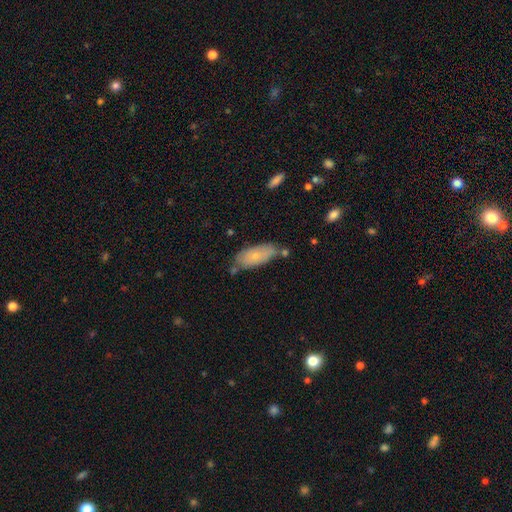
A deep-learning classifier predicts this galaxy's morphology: The model was most divided on "merging": none: 62%, minor disturbance: 23%, merger: 10%, major disturbance: 5%. More confident: how rounded — in between (84%); smooth or featured — smooth (69%).